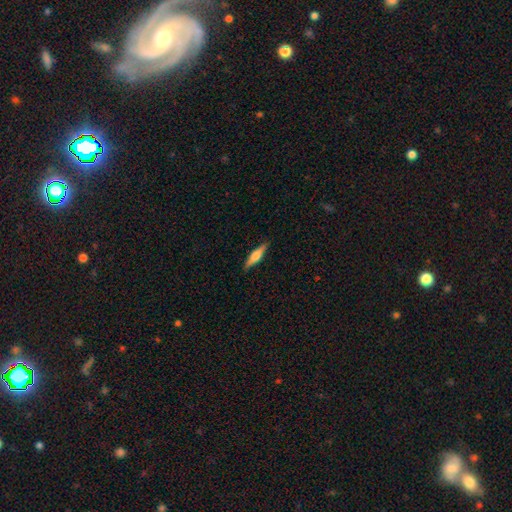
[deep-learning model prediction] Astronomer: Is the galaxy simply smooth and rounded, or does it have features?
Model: featured or disk — 52% (runner-up: smooth, 42%).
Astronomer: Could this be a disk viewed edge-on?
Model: yes — 96%.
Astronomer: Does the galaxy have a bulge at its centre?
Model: rounded — 83%.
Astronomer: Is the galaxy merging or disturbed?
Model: none — 90%.